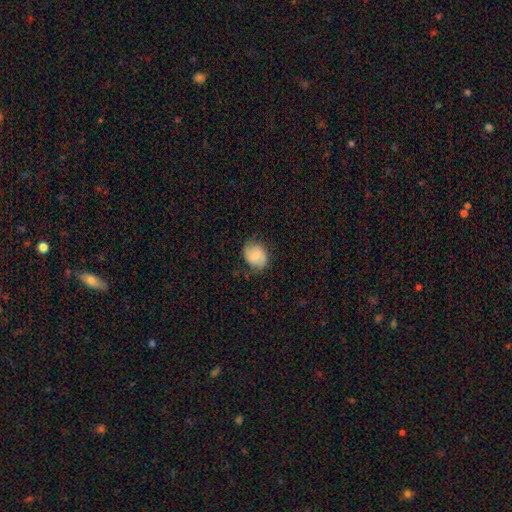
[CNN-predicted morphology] Smooth or featured?
  - smooth: 63% *
  - featured or disk: 30%
  - star or artifact: 7%
How rounded?
  - round: 55% *
  - in between: 44%
  - cigar-shaped: 1%
Merging?
  - none: 70% *
  - minor disturbance: 23%
  - major disturbance: 6%
  - merger: 1%